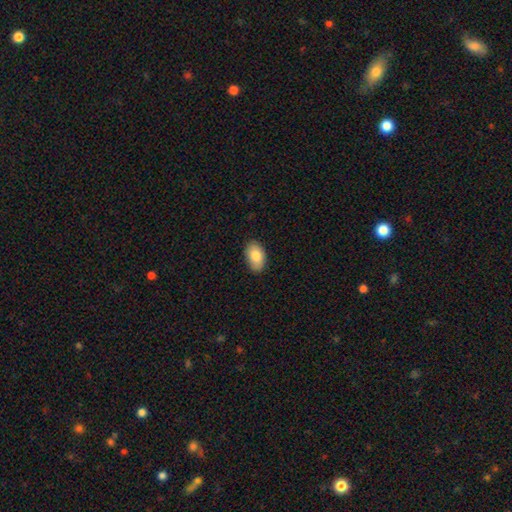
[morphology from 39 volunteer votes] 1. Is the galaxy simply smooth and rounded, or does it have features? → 87% smooth, 13% featured or disk, 0% star or artifact.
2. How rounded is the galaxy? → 91% in between, 9% round, 0% cigar-shaped.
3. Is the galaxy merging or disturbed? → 79% none, 18% minor disturbance, 3% major disturbance, 0% merger.